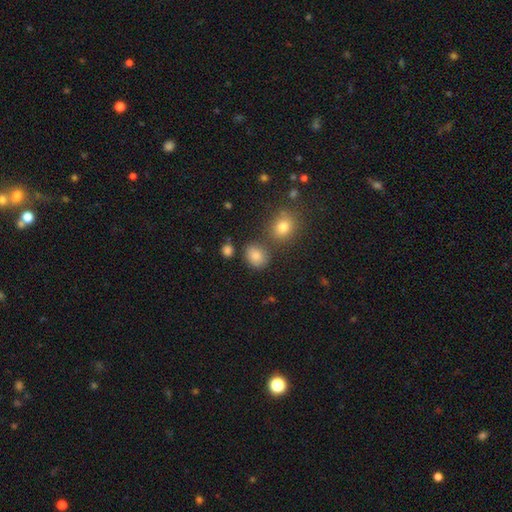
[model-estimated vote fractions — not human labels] smooth-or-featured: smooth: 82% | star or artifact: 12% | featured or disk: 6%
  how-rounded: round: 52% | in between: 47% | cigar-shaped: 1%
  merging: none: 74% | minor disturbance: 12% | merger: 10% | major disturbance: 4%